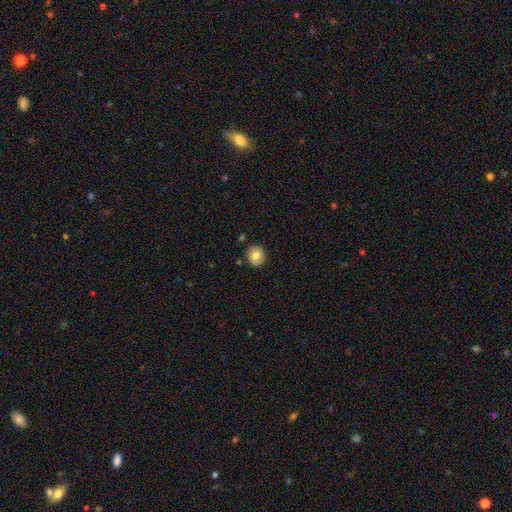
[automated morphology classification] The model was most divided on "smooth or featured": smooth: 77%, featured or disk: 14%, star or artifact: 9%. More confident: merging — none (87%); how rounded — round (83%).